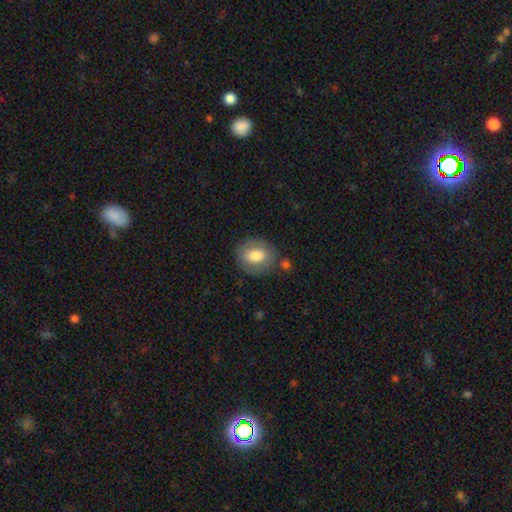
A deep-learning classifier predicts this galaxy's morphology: type=smooth (77%); roundness=round (62%); merging=none (78%).